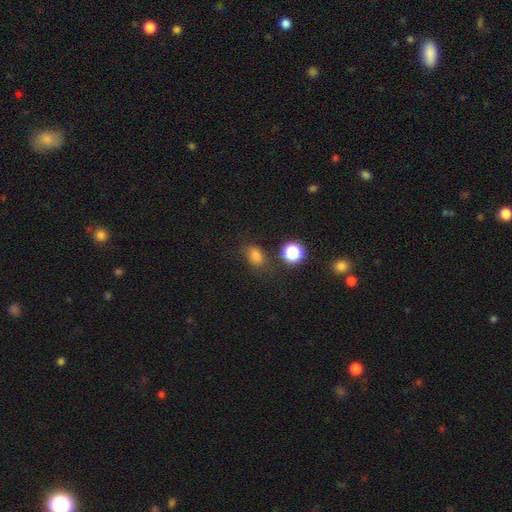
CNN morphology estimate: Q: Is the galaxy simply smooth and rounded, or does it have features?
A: smooth — 77%.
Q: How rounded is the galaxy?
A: in between — 65%.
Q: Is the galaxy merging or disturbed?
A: none — 74%.